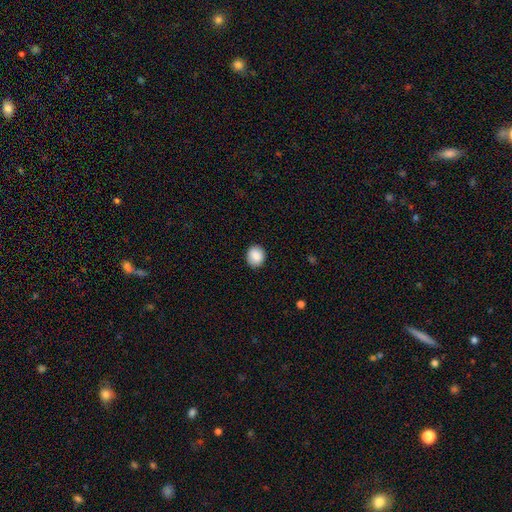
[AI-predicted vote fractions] Smooth or featured?
  - smooth: 88% *
  - star or artifact: 8%
  - featured or disk: 4%
How rounded?
  - round: 76% *
  - in between: 24%
  - cigar-shaped: 1%
Merging?
  - none: 88% *
  - minor disturbance: 8%
  - major disturbance: 2%
  - merger: 1%